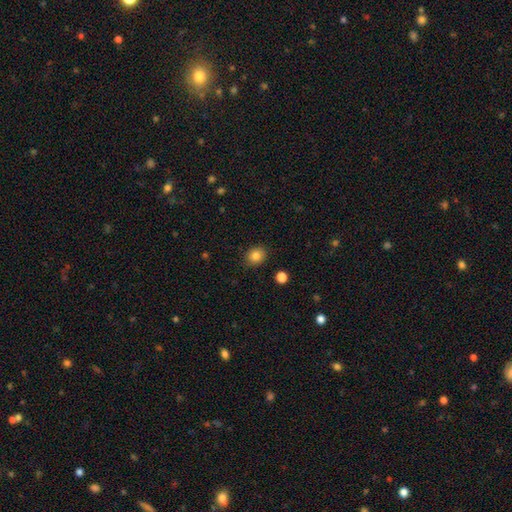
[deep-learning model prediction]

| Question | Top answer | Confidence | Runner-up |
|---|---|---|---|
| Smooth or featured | smooth | 84% | star or artifact (10%) |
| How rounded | round | 65% | in between (34%) |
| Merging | none | 88% | minor disturbance (8%) |